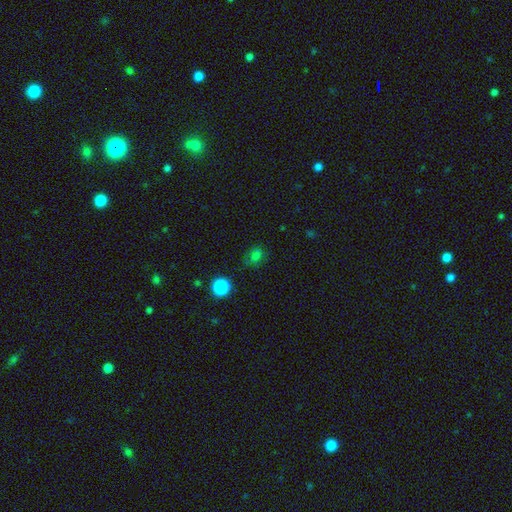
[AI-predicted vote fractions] Smooth or featured? smooth (67%)
How rounded? in between (51%)
Merging? none (73%)